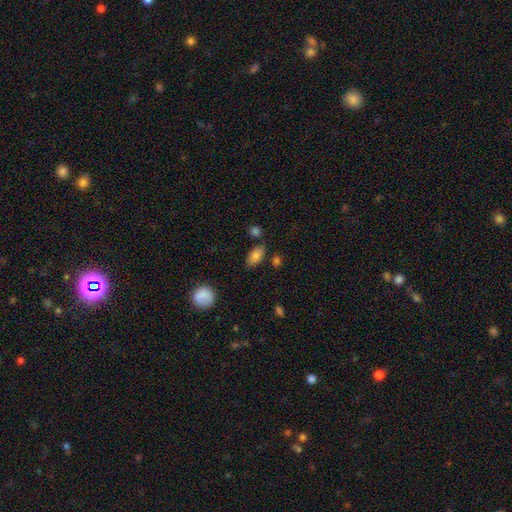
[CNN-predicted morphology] This appears to be a smooth galaxy with no disk features (81%) that is in between round and cigar-shaped (90%). Merging: none (77%).